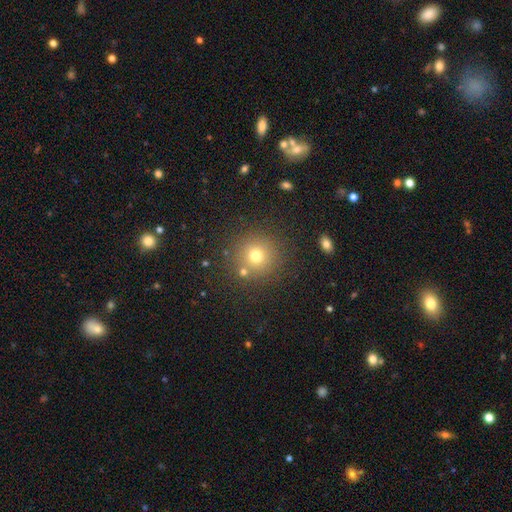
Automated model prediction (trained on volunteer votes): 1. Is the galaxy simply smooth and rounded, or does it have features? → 71% smooth, 18% star or artifact, 11% featured or disk.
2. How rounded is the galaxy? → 94% round, 6% in between, 1% cigar-shaped.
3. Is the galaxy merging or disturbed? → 82% none, 8% minor disturbance, 6% merger, 3% major disturbance.